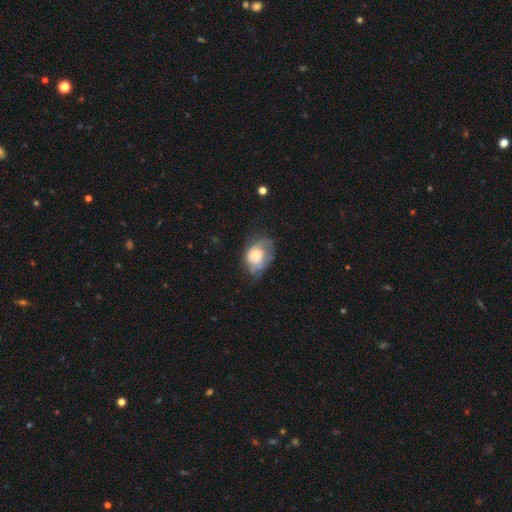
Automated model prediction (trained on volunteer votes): Morphology: type=smooth (59%); roundness=in between (64%); merging=minor disturbance (38%).